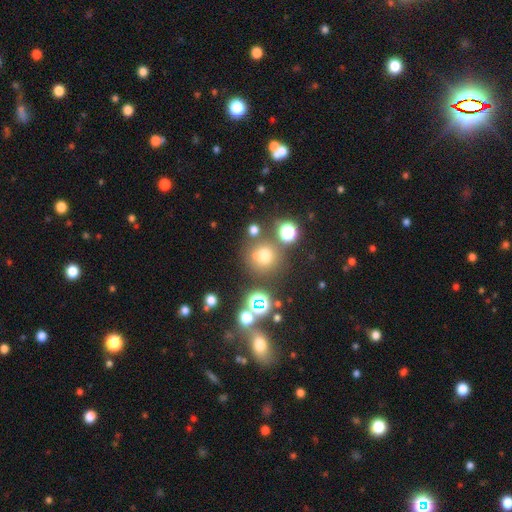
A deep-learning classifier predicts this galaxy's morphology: The model was most divided on "smooth or featured": smooth: 63%, star or artifact: 26%, featured or disk: 11%. More confident: how rounded — round (92%); merging — none (71%).